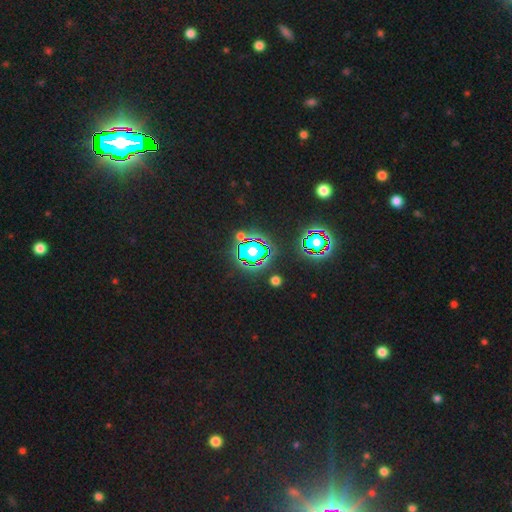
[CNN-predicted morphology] The model was most divided on "smooth or featured": star or artifact: 83%, smooth: 11%, featured or disk: 7%.